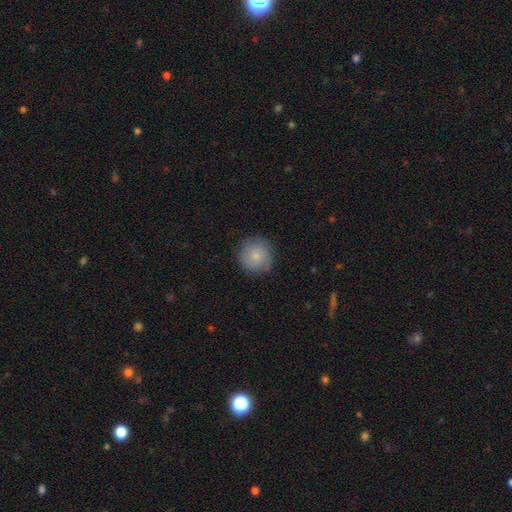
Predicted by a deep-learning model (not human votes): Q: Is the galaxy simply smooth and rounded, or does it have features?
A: smooth — 83%.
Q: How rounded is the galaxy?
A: round — 94%.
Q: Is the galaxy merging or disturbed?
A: none — 86%.